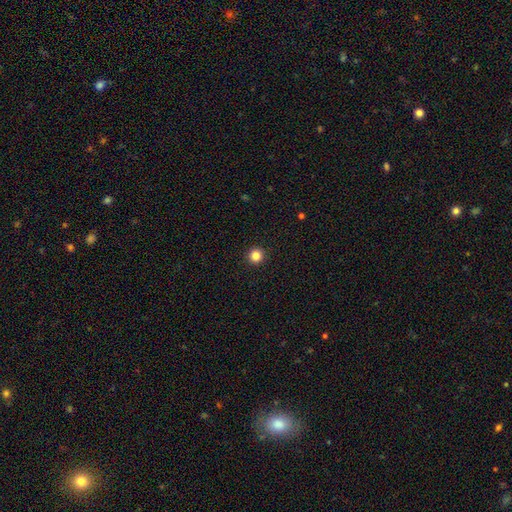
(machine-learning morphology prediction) Overall: smooth (84%). How rounded: round (96%). Merging: none (94%).